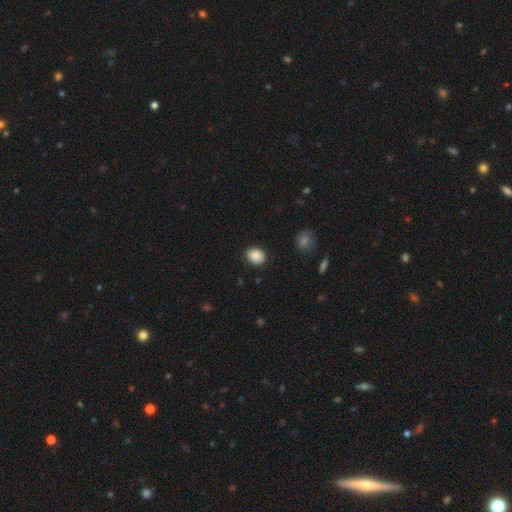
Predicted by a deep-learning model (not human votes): smooth-or-featured: smooth: 87% | star or artifact: 8% | featured or disk: 5%
  how-rounded: round: 50% | in between: 49% | cigar-shaped: 1%
  merging: none: 86% | minor disturbance: 10% | major disturbance: 2% | merger: 1%